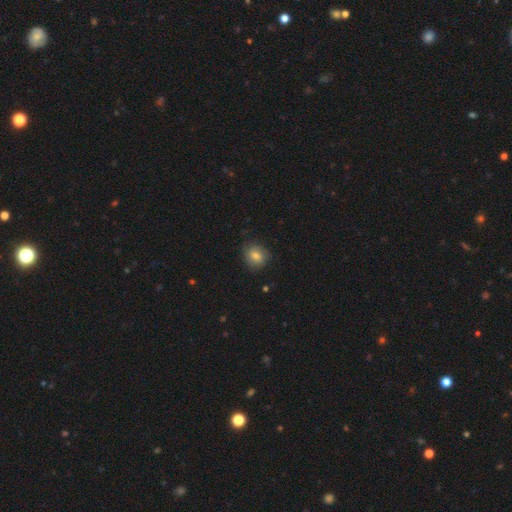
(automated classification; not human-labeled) Overall: smooth (74%). How rounded: round (74%). Merging: none (77%).